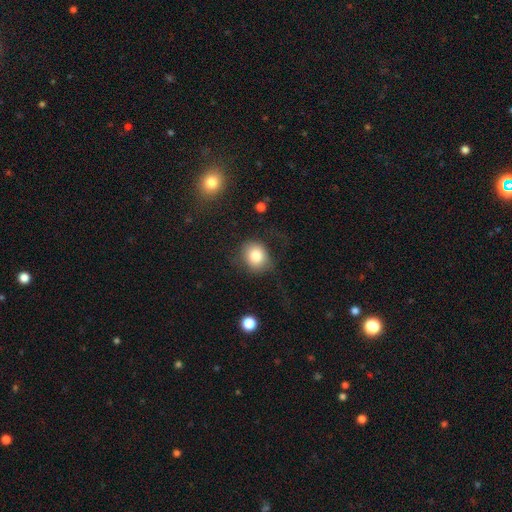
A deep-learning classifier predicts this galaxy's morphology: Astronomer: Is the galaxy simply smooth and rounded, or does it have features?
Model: smooth — 80%.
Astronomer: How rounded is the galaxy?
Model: round — 65%.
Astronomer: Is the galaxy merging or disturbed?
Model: none — 65%.